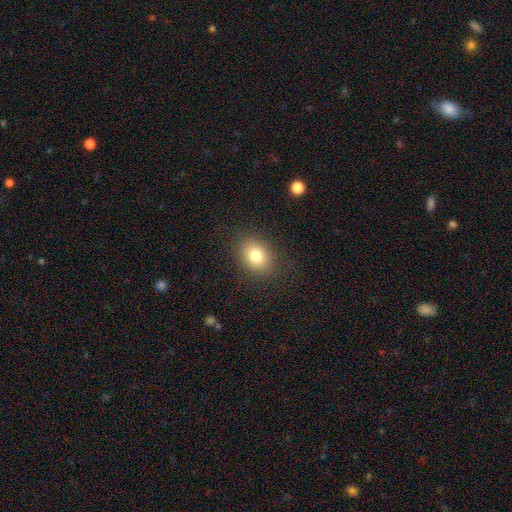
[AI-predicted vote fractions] This is likely a smooth galaxy (79%). How rounded: likely in between (60%). Merging: clearly none (86%).